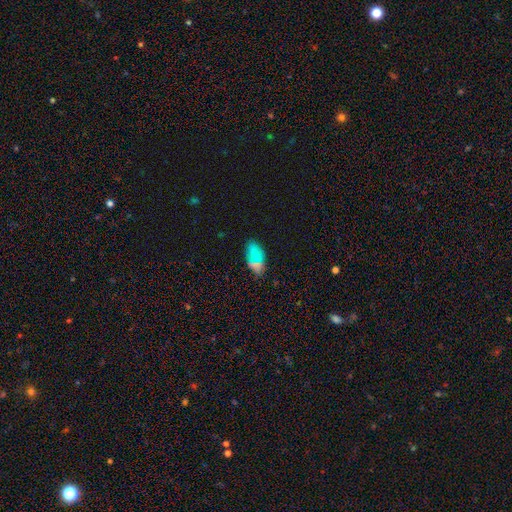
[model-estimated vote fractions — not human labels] smooth_or_featured: smooth (p=0.67) [alt: star or artifact p=0.23]
how_rounded: in between (p=0.91) [alt: cigar-shaped p=0.05]
merging: none (p=0.79) [alt: minor disturbance p=0.14]